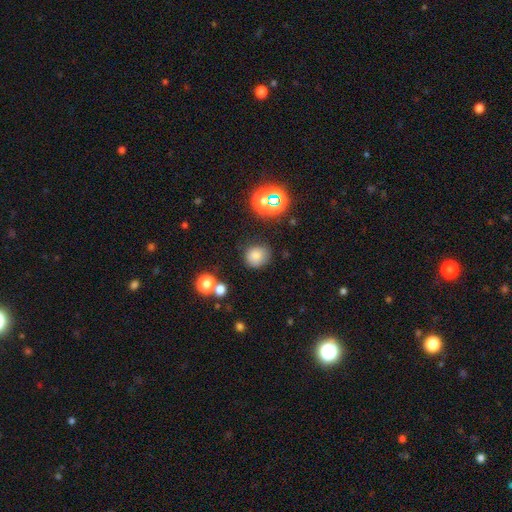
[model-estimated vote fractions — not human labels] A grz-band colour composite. It shows a smooth galaxy with no disk features (78%) that is round (79%). Merging: none (77%).